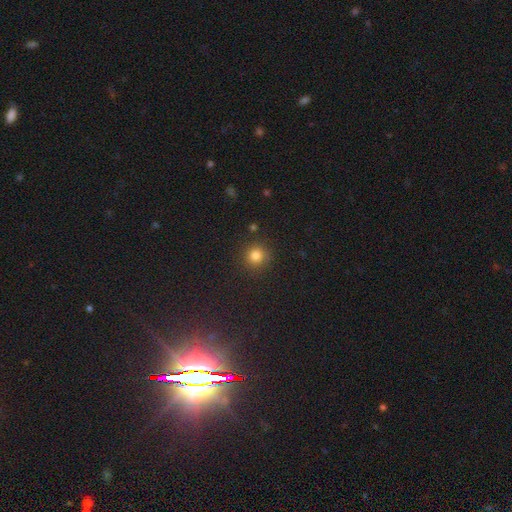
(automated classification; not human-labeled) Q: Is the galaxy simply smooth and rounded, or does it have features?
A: smooth — 82%.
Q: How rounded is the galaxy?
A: round — 93%.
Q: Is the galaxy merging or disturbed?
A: none — 87%.